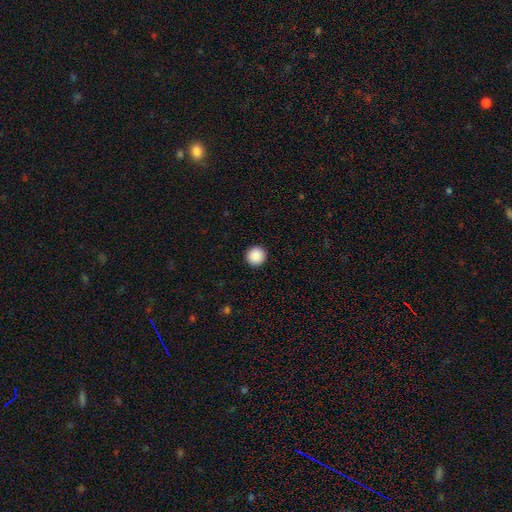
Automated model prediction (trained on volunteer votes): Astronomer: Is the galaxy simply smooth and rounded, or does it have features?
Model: smooth — 89%.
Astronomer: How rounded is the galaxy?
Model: round — 96%.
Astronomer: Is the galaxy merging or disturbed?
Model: none — 94%.